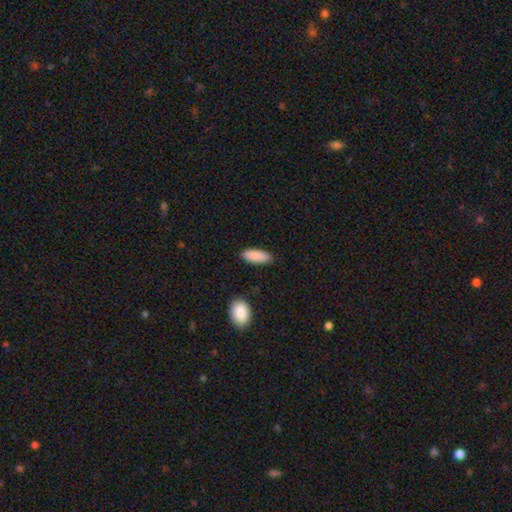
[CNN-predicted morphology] This appears to be a smooth galaxy with no disk features (89%) that is in between round and cigar-shaped (69%). Merging: none (87%).